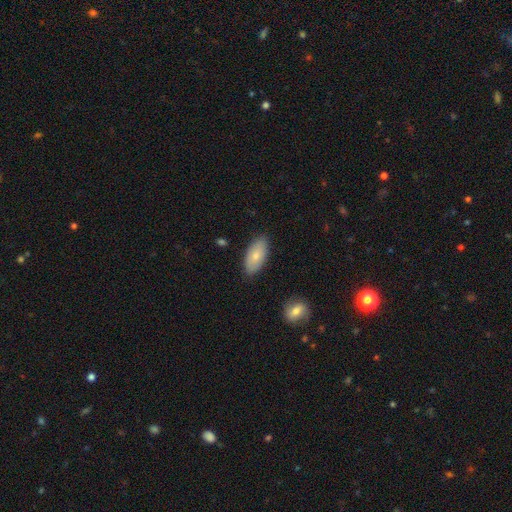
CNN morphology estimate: Overall: smooth (75%). How rounded: in between (92%). Merging: none (84%).